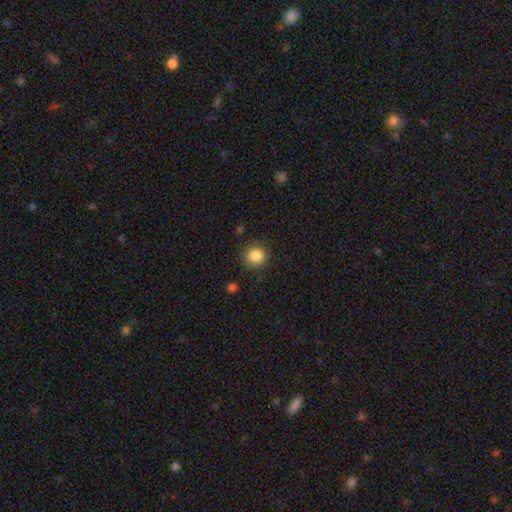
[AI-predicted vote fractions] Smooth or featured?
  - smooth: 86% *
  - star or artifact: 10%
  - featured or disk: 4%
How rounded?
  - round: 92% *
  - in between: 7%
  - cigar-shaped: 1%
Merging?
  - none: 87% *
  - minor disturbance: 8%
  - major disturbance: 3%
  - merger: 2%